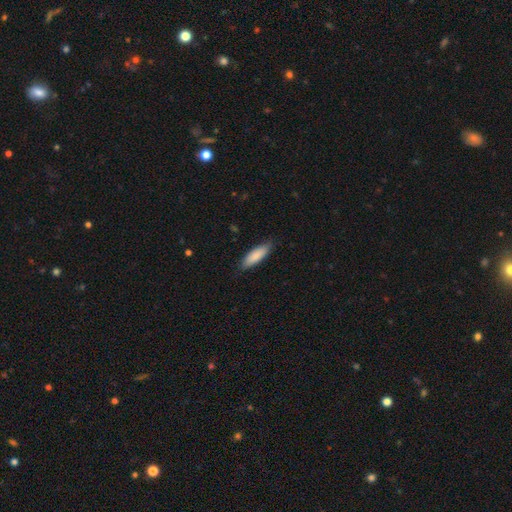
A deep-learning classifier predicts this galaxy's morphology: The model was most divided on "how rounded": in between: 50%, cigar-shaped: 49%, round: 1%. More confident: smooth or featured — smooth (85%); merging — none (85%).